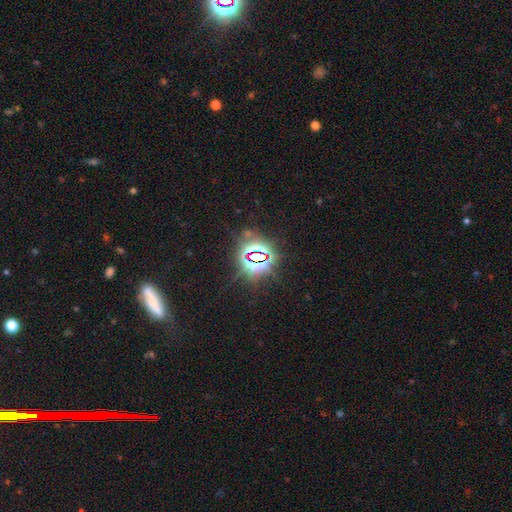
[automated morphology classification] This is clearly a star or artifact rather than a galaxy (82%).